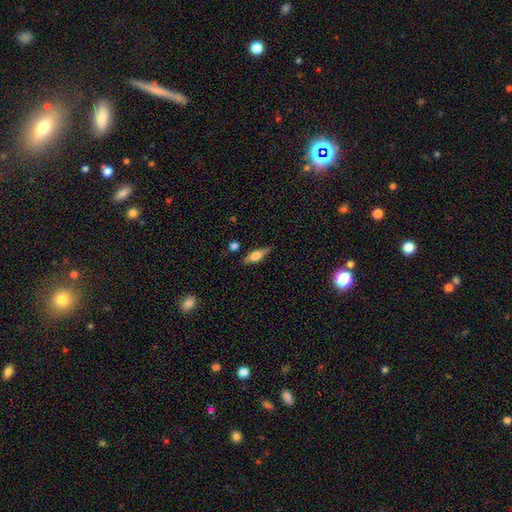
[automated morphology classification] A smooth galaxy with no disk features (55%) that is in between round and cigar-shaped (54%).

Vote fractions:
- Smooth or featured? smooth: 55% / featured or disk: 38% / star or artifact: 7%
- How rounded? in between: 54% / cigar-shaped: 42% / round: 3%
- Merging? none: 80% / minor disturbance: 14% / merger: 3% / major disturbance: 3%